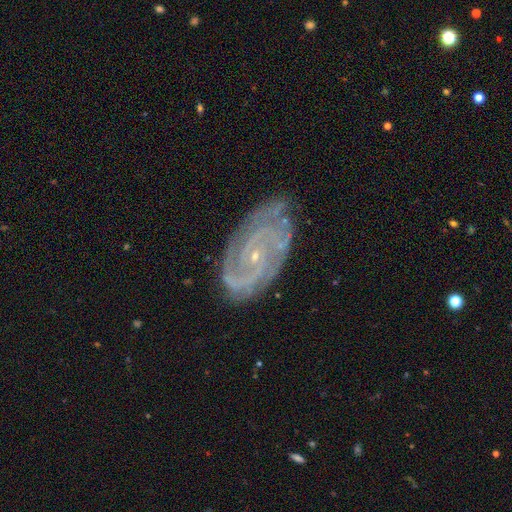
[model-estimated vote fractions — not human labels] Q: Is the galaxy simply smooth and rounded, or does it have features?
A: featured or disk — 87%.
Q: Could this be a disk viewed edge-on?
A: no — 96%.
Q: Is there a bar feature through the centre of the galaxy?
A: no — 71%.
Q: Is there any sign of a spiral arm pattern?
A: yes — 97%.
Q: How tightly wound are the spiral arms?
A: tight — 65%.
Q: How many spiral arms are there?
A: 2 — 45%.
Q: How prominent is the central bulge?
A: small — 87%.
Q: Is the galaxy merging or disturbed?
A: none — 76%.